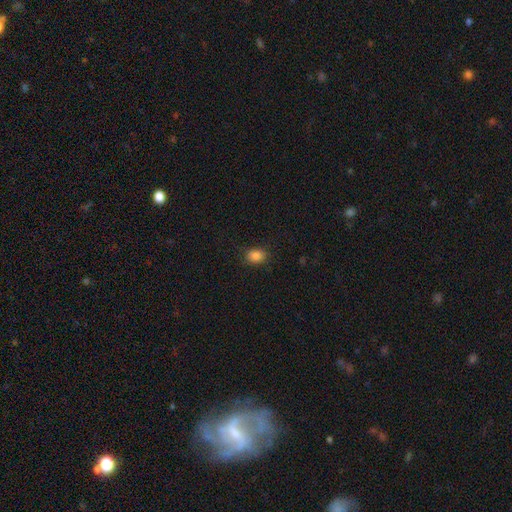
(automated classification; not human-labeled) A smooth galaxy with no disk features (86%) that is in between round and cigar-shaped (65%). Merging: none (84%).